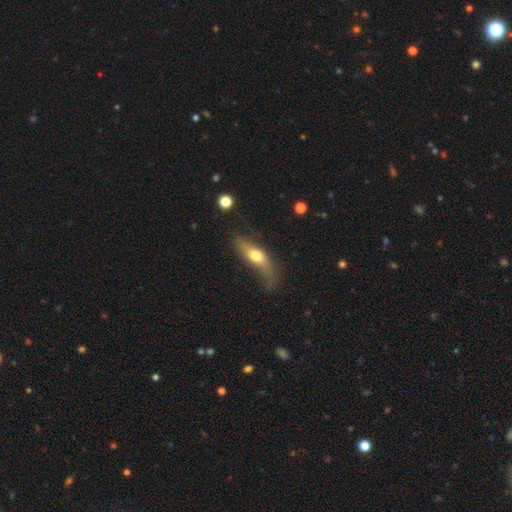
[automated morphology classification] smooth_or_featured: smooth (p=0.53) [alt: featured or disk p=0.40]
how_rounded: cigar-shaped (p=0.49) [alt: in between p=0.46]
merging: none (p=0.51) [alt: minor disturbance p=0.29]